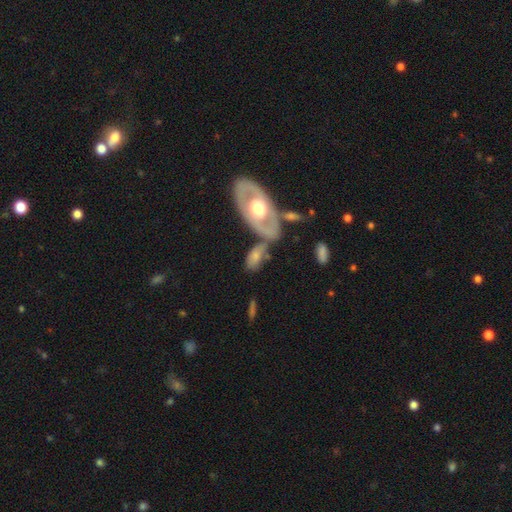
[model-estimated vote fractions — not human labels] smooth-or-featured: smooth: 54% | featured or disk: 40% | star or artifact: 6%
  how-rounded: in between: 89% | round: 6% | cigar-shaped: 5%
  merging: none: 46% | merger: 26% | minor disturbance: 19% | major disturbance: 8%